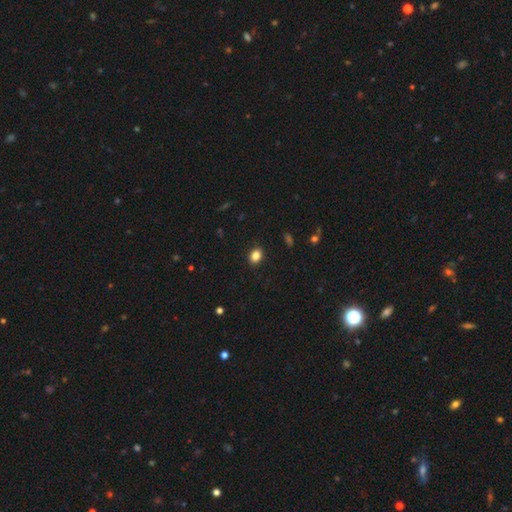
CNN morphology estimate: This appears to be a smooth galaxy with no disk features (84%) that is in between round and cigar-shaped (55%). Merging: none (89%).